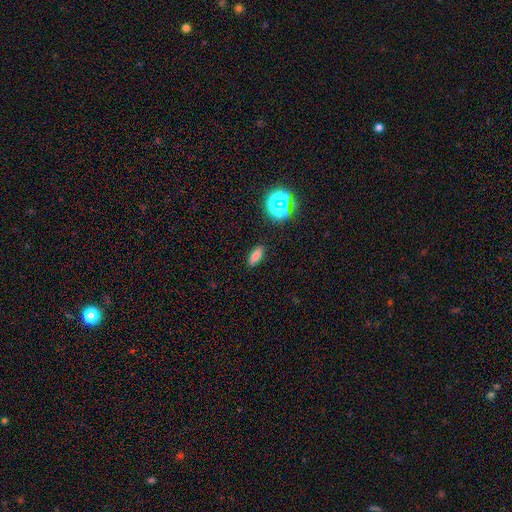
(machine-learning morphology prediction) smooth_or_featured: smooth (p=0.74) [alt: star or artifact p=0.16]
how_rounded: in between (p=0.74) [alt: cigar-shaped p=0.21]
merging: none (p=0.88) [alt: minor disturbance p=0.08]